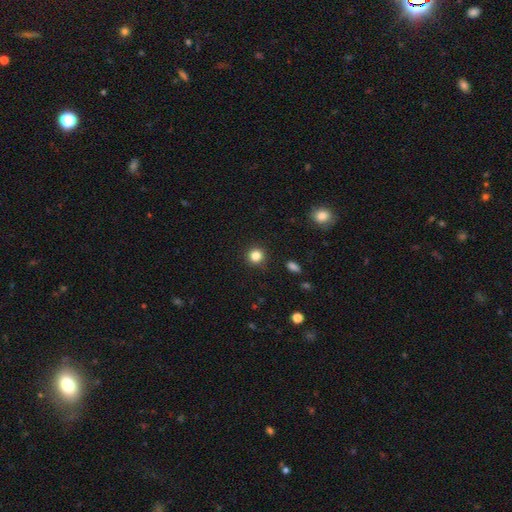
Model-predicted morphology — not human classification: This appears to be a smooth galaxy with no disk features (83%) that is round (92%). Merging: none (91%).